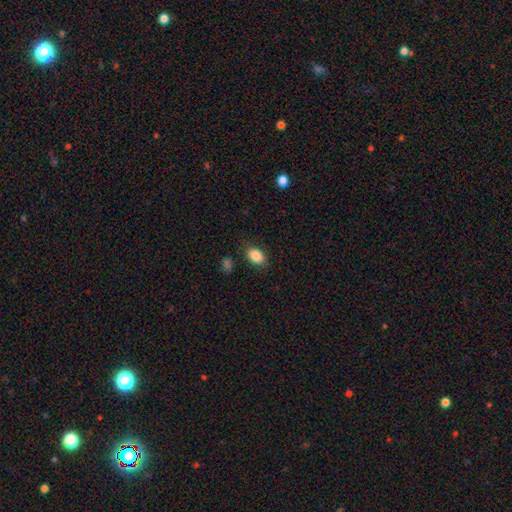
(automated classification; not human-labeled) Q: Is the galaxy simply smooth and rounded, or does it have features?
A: smooth — 86%.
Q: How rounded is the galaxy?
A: in between — 84%.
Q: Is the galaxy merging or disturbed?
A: none — 83%.